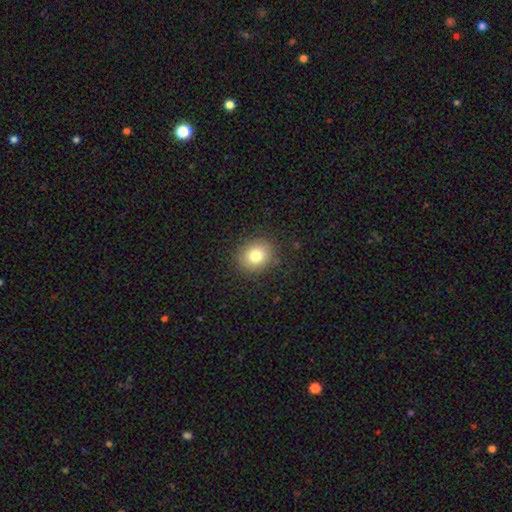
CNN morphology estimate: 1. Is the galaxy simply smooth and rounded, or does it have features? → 80% smooth, 11% star or artifact, 9% featured or disk.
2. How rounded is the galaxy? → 71% round, 28% in between, 1% cigar-shaped.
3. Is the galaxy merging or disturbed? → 87% none, 9% minor disturbance, 3% major disturbance, 1% merger.